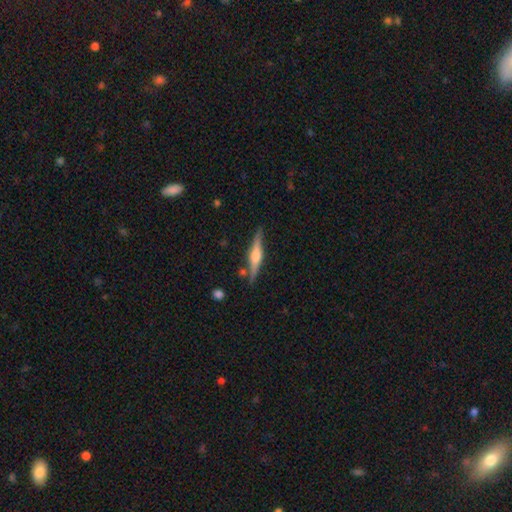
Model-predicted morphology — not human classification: Overall: featured or disk (69%). Edge-on disk: yes (97%). Edge-on bulge: rounded (85%). Merging: none (84%).